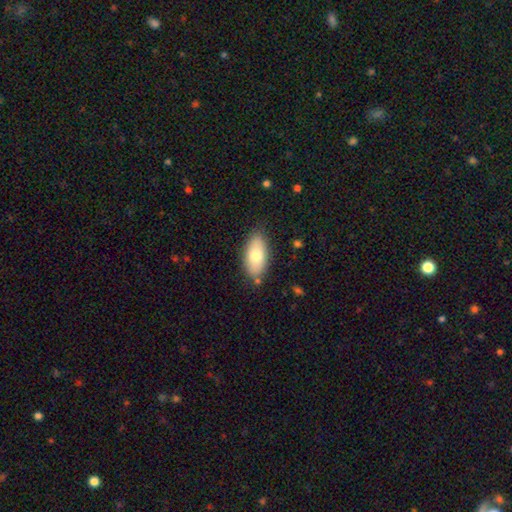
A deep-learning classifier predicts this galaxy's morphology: Q: Smooth or featured?
A: smooth (74%); runner-up: featured or disk (20%)
Q: How rounded?
A: in between (91%); runner-up: cigar-shaped (6%)
Q: Merging?
A: none (81%); runner-up: minor disturbance (13%)